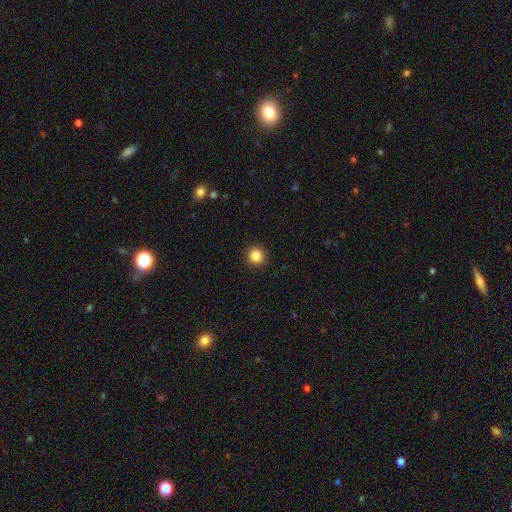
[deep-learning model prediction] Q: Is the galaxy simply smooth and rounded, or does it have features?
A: smooth — 86%.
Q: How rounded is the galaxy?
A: round — 94%.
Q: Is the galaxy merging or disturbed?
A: none — 92%.